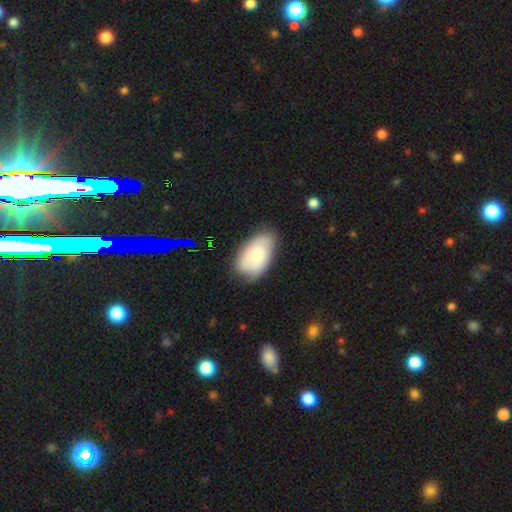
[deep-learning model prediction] Smooth or featured?
  - smooth: 58% *
  - featured or disk: 35%
  - star or artifact: 7%
How rounded?
  - in between: 93% *
  - round: 5%
  - cigar-shaped: 2%
Merging?
  - none: 72% *
  - minor disturbance: 21%
  - major disturbance: 5%
  - merger: 2%